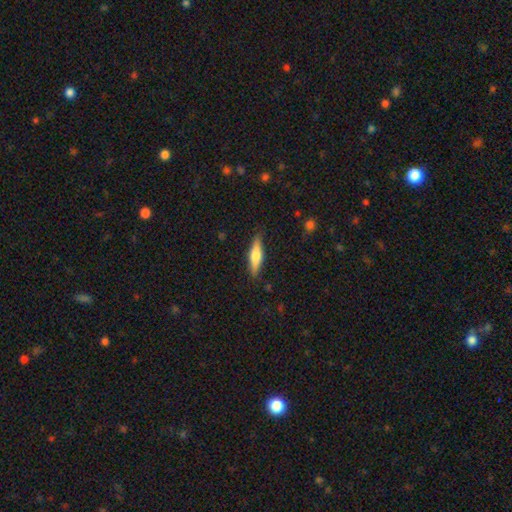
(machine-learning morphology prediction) type=smooth (58%); roundness=cigar-shaped (67%); merging=none (86%).